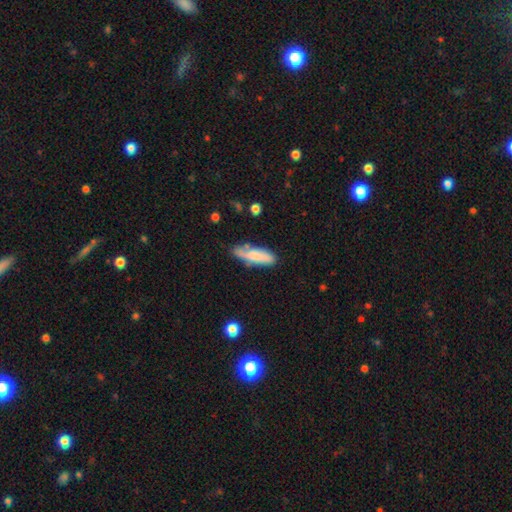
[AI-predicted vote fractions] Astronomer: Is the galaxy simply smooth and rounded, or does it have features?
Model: smooth — 70%.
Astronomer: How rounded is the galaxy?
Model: in between — 50% (runner-up: cigar-shaped, 49%).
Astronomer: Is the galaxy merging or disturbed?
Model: none — 59%.